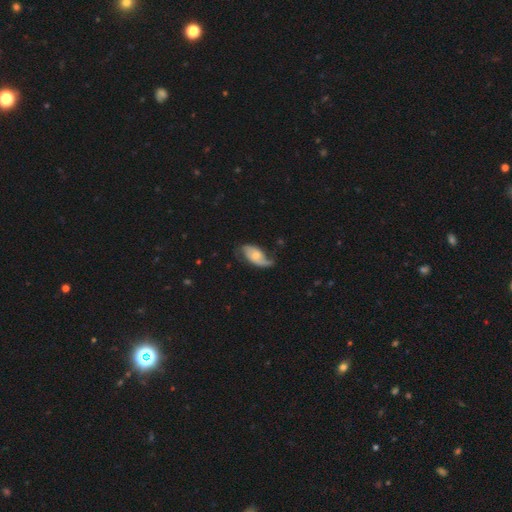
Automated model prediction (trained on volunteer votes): Morphology: type=featured or disk (66%); edge-on=no (94%); bar=no (62%); spiral arms=yes (90%); winding=loose (53%); arm count=2 (71%); bulge=small (45%); merging=none (52%).